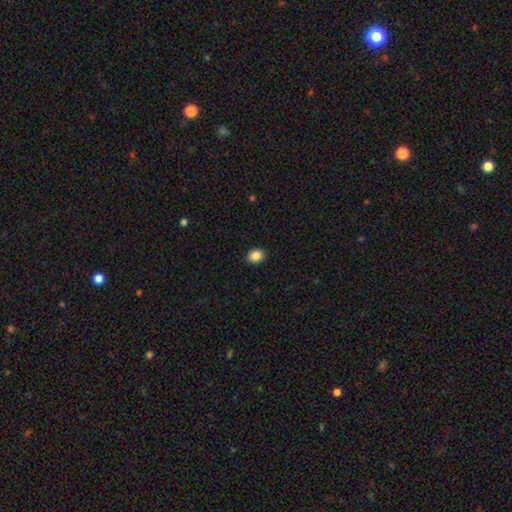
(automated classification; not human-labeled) Smooth or featured: smooth — 87% (star or artifact — 9%)
How rounded: in between — 52% (round — 47%)
Merging: none — 90% (minor disturbance — 7%)